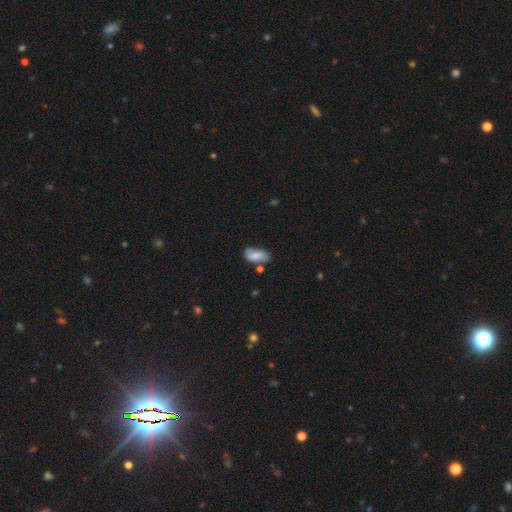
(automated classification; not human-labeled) smooth-or-featured: smooth: 64% | featured or disk: 28% | star or artifact: 8%
  how-rounded: in between: 90% | cigar-shaped: 6% | round: 4%
  merging: none: 62% | minor disturbance: 24% | merger: 8% | major disturbance: 6%